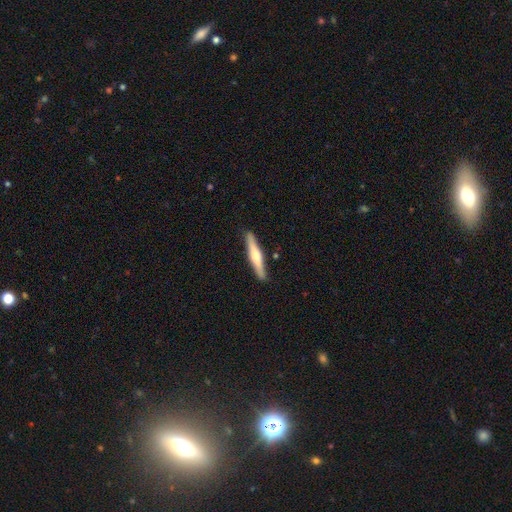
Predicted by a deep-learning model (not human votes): A featured or disk galaxy (50%) viewed edge-on (96%).

Vote fractions:
- Smooth or featured? featured or disk: 50% / smooth: 45% / star or artifact: 5%
- Edge-on disk? yes: 96% / no: 4%
- Merging? none: 90% / minor disturbance: 7% / major disturbance: 1% / merger: 1%